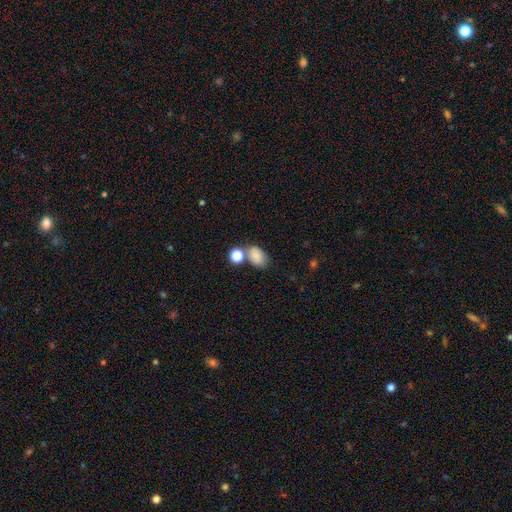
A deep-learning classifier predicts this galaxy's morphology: smooth 80%, star or artifact 11%, featured or disk 9%. Down the decision tree: how rounded — in between (80%); merging — none (53%).